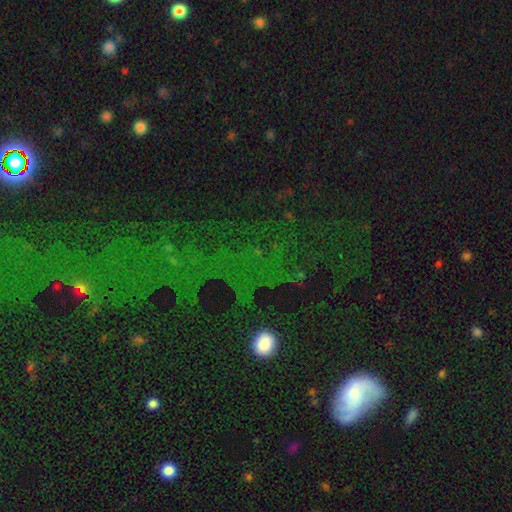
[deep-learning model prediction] A star or artifact, not a galaxy (50%).

Vote fractions:
- Smooth or featured? star or artifact: 50% / smooth: 28% / featured or disk: 22%